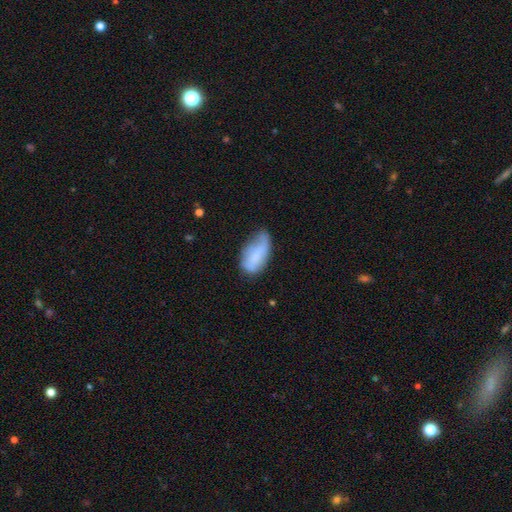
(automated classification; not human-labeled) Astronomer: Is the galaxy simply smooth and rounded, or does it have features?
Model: smooth — 68%.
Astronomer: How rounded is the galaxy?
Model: in between — 93%.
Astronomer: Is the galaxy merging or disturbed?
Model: minor disturbance — 45% (runner-up: none, 33%).